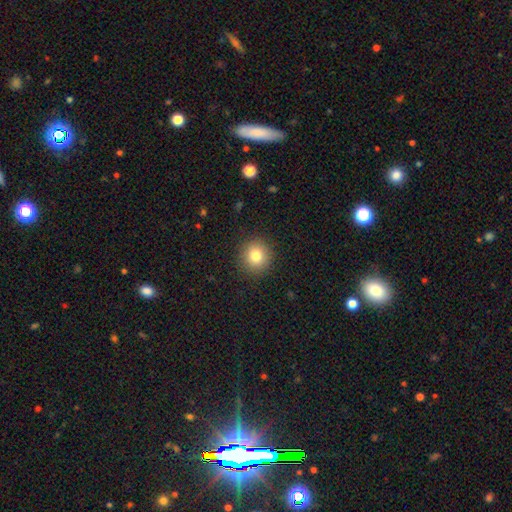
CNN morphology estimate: Q: Smooth or featured?
A: smooth (81%); runner-up: star or artifact (11%)
Q: How rounded?
A: round (91%); runner-up: in between (8%)
Q: Merging?
A: none (90%); runner-up: minor disturbance (6%)